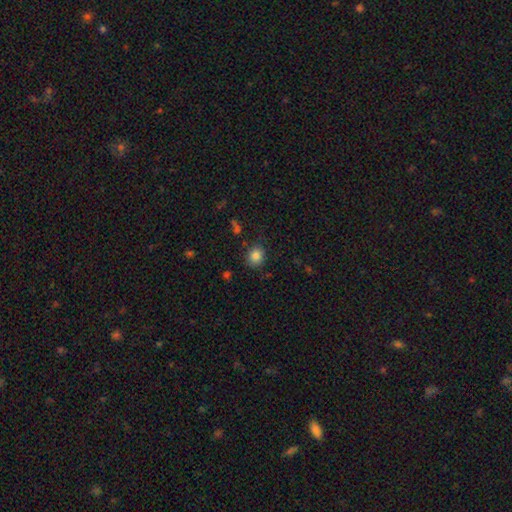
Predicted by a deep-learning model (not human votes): Smooth or featured: smooth — 83% (star or artifact — 11%)
How rounded: round — 72% (in between — 27%)
Merging: none — 83% (minor disturbance — 12%)